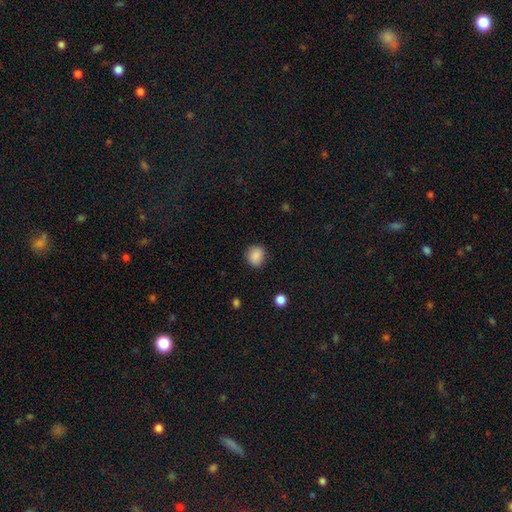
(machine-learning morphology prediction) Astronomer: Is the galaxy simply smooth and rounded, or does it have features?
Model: smooth — 87%.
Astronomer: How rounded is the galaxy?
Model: round — 79%.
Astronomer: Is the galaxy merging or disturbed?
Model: none — 84%.